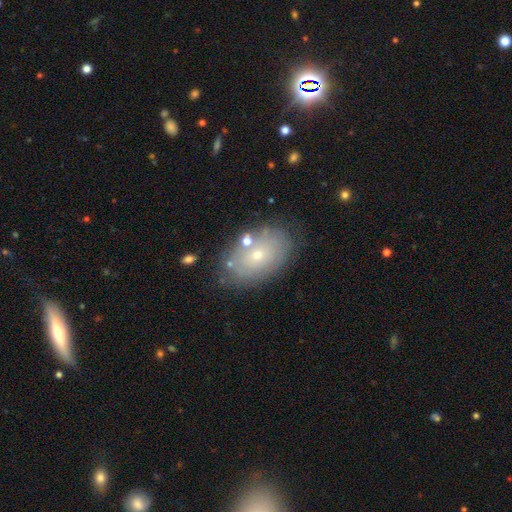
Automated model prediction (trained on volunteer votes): Overall: smooth (57%; featured or disk 29%). How rounded: in between (87%). Merging: none (79%).